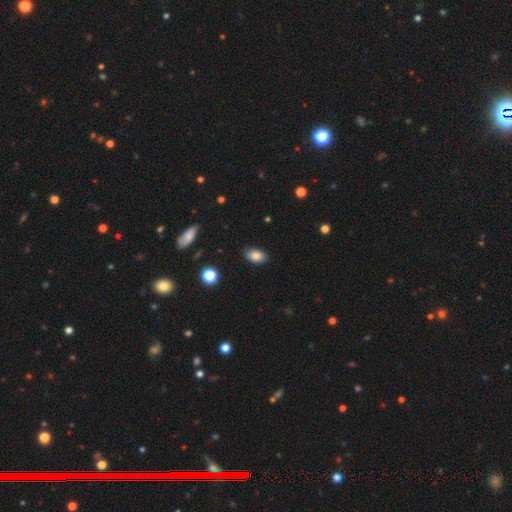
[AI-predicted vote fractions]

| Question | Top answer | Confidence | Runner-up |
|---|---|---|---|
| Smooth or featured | smooth | 83% | featured or disk (9%) |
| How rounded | in between | 91% | round (6%) |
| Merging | none | 85% | minor disturbance (12%) |